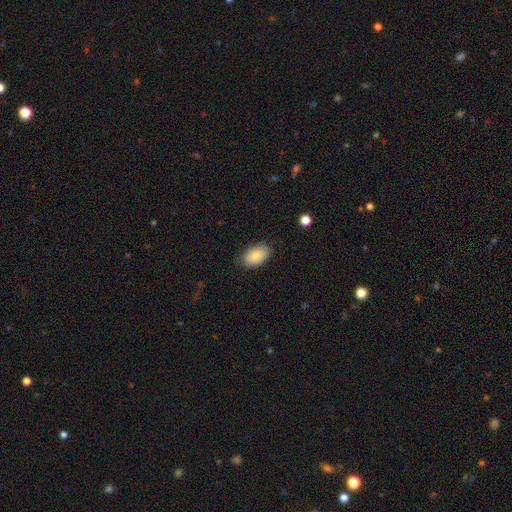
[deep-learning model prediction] smooth_or_featured: smooth (p=0.83) [alt: featured or disk p=0.10]
how_rounded: in between (p=0.92) [alt: round p=0.07]
merging: none (p=0.81) [alt: minor disturbance p=0.15]